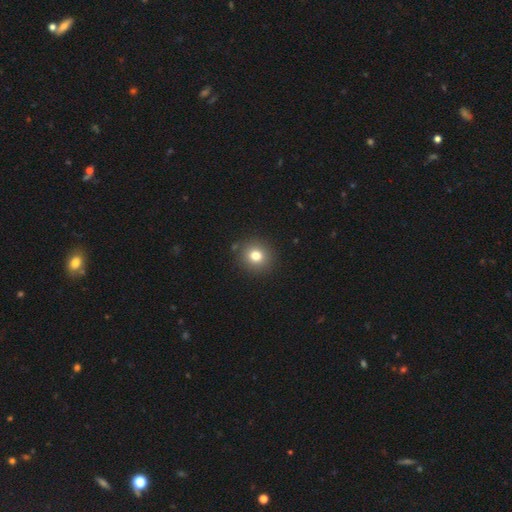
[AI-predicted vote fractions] smooth 79%, star or artifact 12%, featured or disk 9%. Down the decision tree: how rounded — round (88%); merging — none (89%).